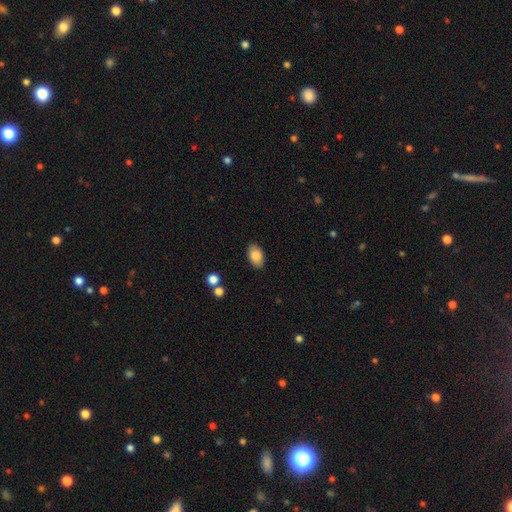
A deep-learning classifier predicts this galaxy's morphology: This appears to be a smooth galaxy with no disk features (85%) that is in between round and cigar-shaped (92%). Merging: none (87%).